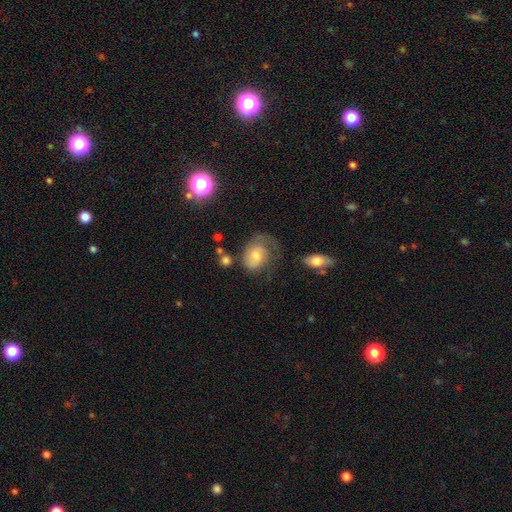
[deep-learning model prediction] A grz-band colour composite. It shows a featured or disk galaxy (59%) with no bar (74%), spiral arms (83%) and a moderate central bulge (54%). Merging: none (39%).